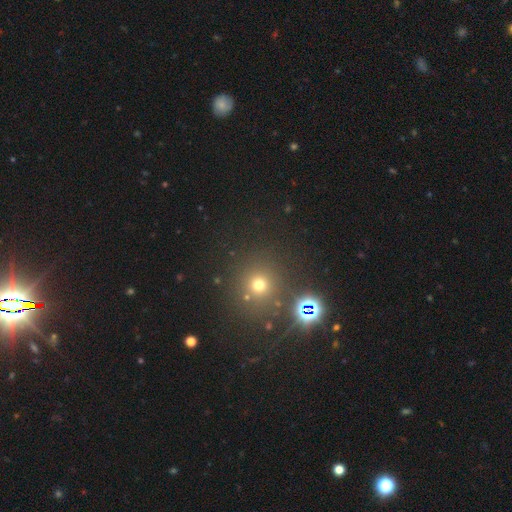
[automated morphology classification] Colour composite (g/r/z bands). It shows a star or artifact, not a galaxy (47%).